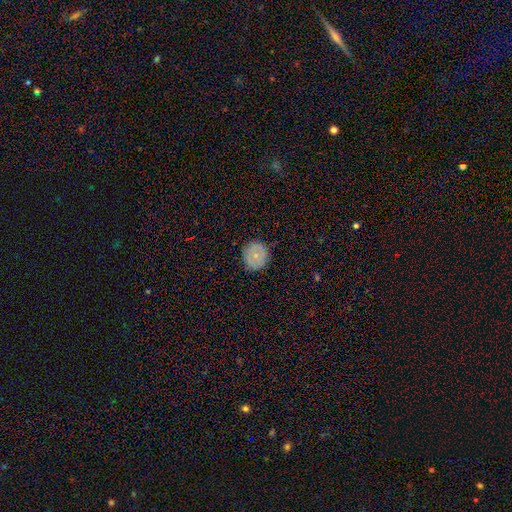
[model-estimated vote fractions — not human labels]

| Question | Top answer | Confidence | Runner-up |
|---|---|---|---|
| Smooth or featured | smooth | 68% | featured or disk (24%) |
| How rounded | round | 88% | in between (11%) |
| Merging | none | 85% | minor disturbance (12%) |